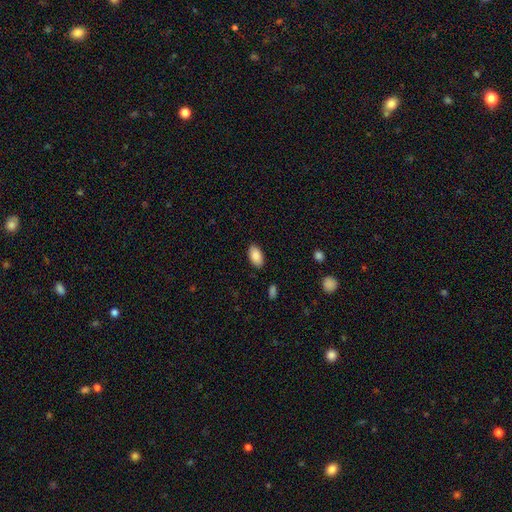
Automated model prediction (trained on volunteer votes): smooth_or_featured: smooth (p=0.89) [alt: star or artifact p=0.07]
how_rounded: in between (p=0.95) [alt: round p=0.03]
merging: none (p=0.87) [alt: minor disturbance p=0.10]